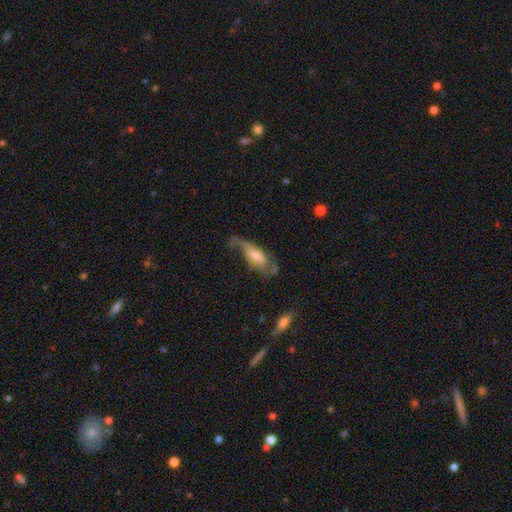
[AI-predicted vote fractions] This is possibly a featured or disk galaxy (49%). Merging: marginally none (35%).